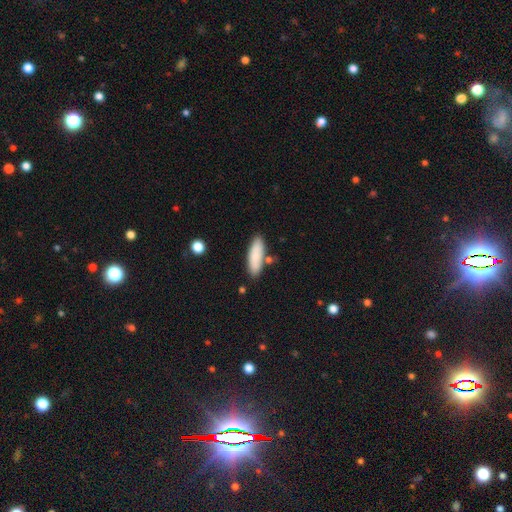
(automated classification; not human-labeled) smooth-or-featured: smooth: 84% | featured or disk: 10% | star or artifact: 6%
  how-rounded: in between: 54% | cigar-shaped: 45% | round: 2%
  merging: none: 78% | minor disturbance: 12% | merger: 7% | major disturbance: 3%